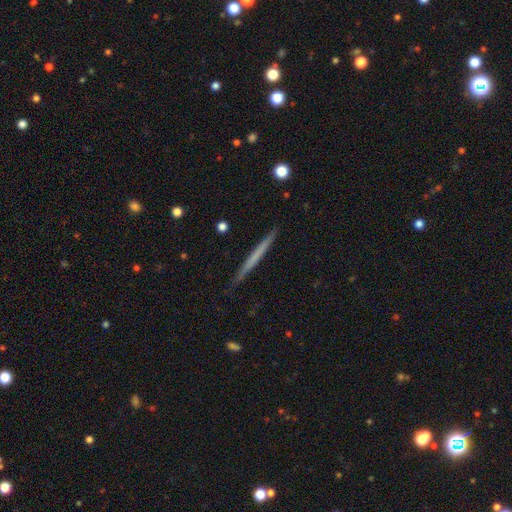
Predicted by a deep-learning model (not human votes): Smooth or featured: smooth — 49% (featured or disk — 46%)
Merging: none — 89% (minor disturbance — 8%)